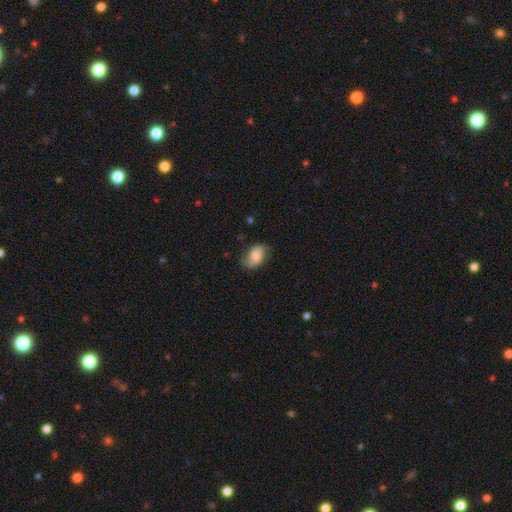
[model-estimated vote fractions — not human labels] smooth 49%, featured or disk 43%, star or artifact 8%. Down the decision tree: merging — none (67%).